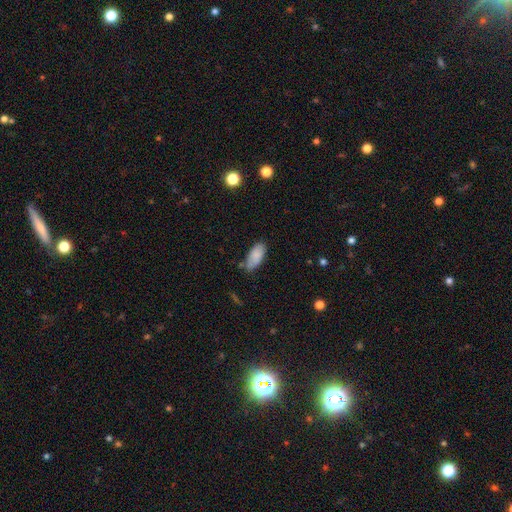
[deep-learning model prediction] A smooth galaxy with no disk features (83%) that is in between round and cigar-shaped (88%).

Vote fractions:
- Smooth or featured? smooth: 83% / featured or disk: 10% / star or artifact: 7%
- How rounded? in between: 88% / cigar-shaped: 10% / round: 2%
- Merging? none: 62% / minor disturbance: 28% / major disturbance: 5% / merger: 5%